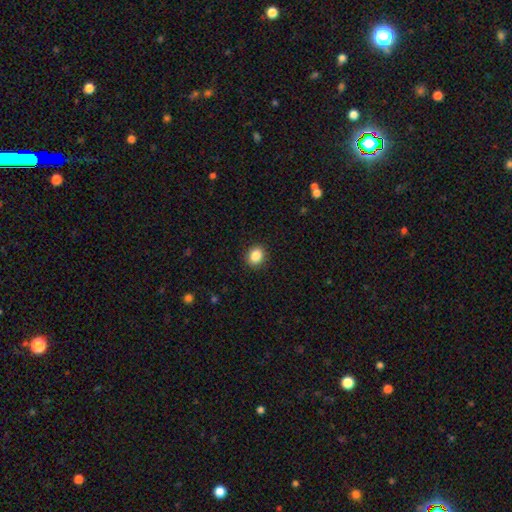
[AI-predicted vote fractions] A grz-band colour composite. It shows a smooth galaxy with no disk features (86%) that is round (58%). Merging: none (91%).